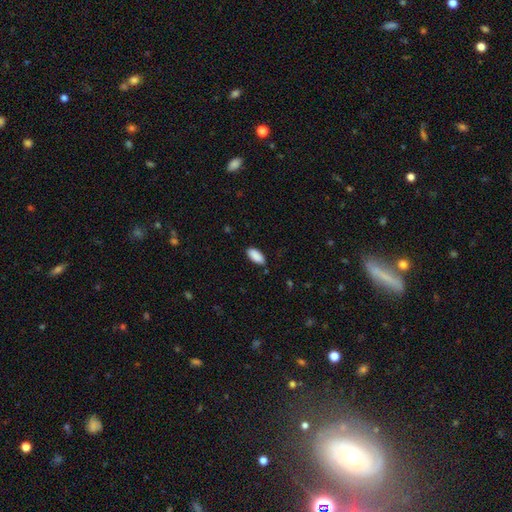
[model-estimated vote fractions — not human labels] Smooth or featured? Predicted: smooth (p=0.90). How rounded? Predicted: in between (p=0.90). Merging? Predicted: none (p=0.84).